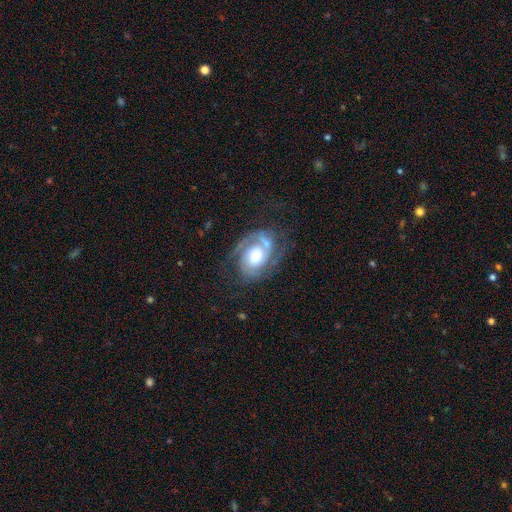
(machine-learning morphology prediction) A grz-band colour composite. It shows a featured or disk galaxy (85%) with no bar (66%), 2 (74%) tight (49%) spiral arms (95%) and a moderate central bulge (52%). Merging: none (58%).